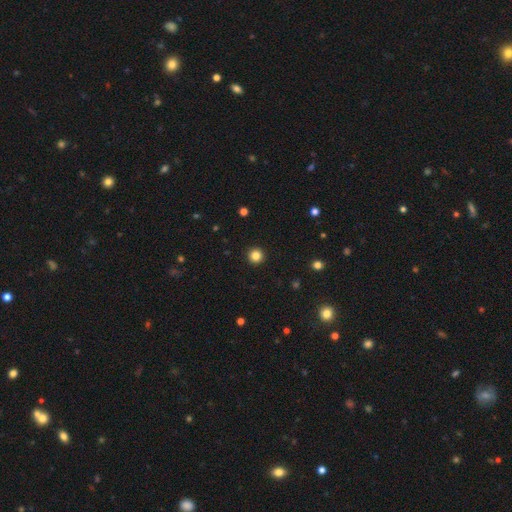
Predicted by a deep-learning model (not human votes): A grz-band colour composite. It shows a smooth galaxy with no disk features (84%) that is round (96%). Merging: none (94%).